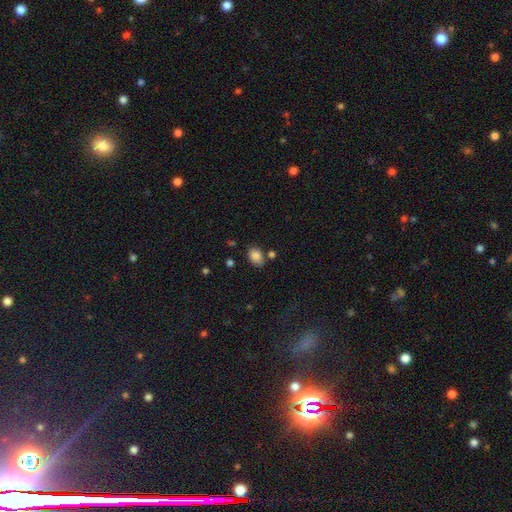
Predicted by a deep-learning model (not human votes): smooth 84%, star or artifact 9%, featured or disk 7%. Down the decision tree: how rounded — in between (82%); merging — none (71%).